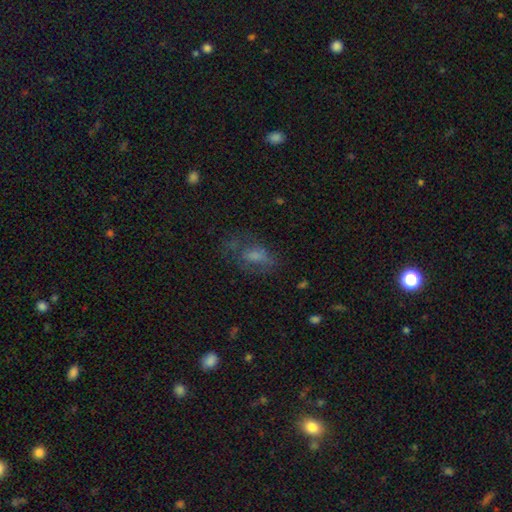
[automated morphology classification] smooth 56%, featured or disk 30%, star or artifact 14%. Down the decision tree: how rounded — in between (83%); merging — none (43%).